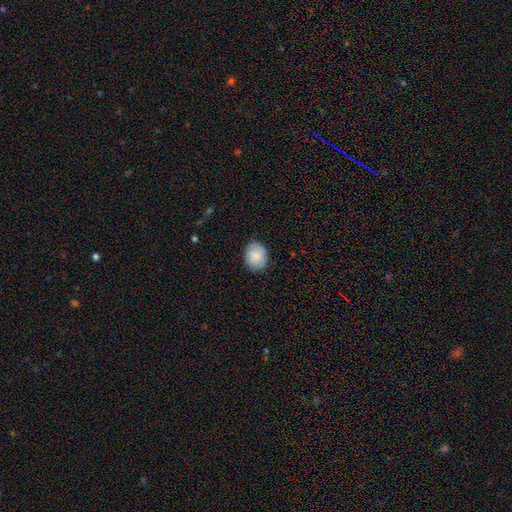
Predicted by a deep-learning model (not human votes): Smooth or featured? smooth (86%)
How rounded? in between (52%)
Merging? none (84%)